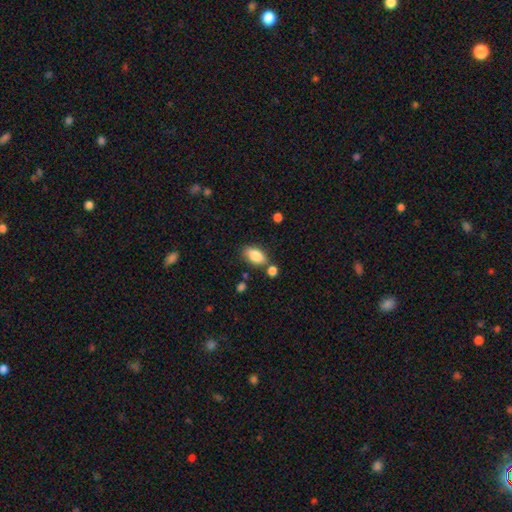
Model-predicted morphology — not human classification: A smooth galaxy with no disk features (86%) that is in between round and cigar-shaped (91%). Merging: none (70%).